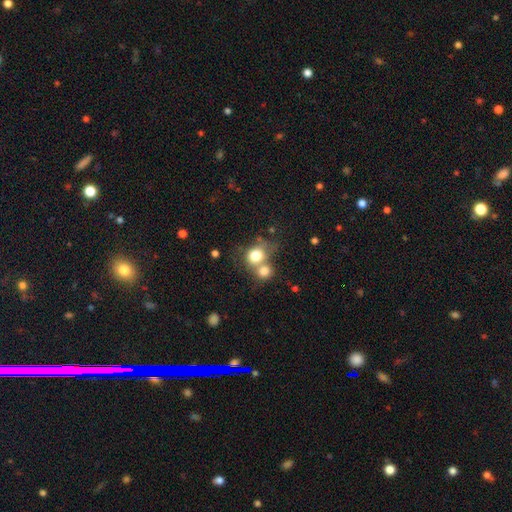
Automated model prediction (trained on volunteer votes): smooth 76%, featured or disk 14%, star or artifact 10%. Down the decision tree: how rounded — round (69%); merging — merger (55%).